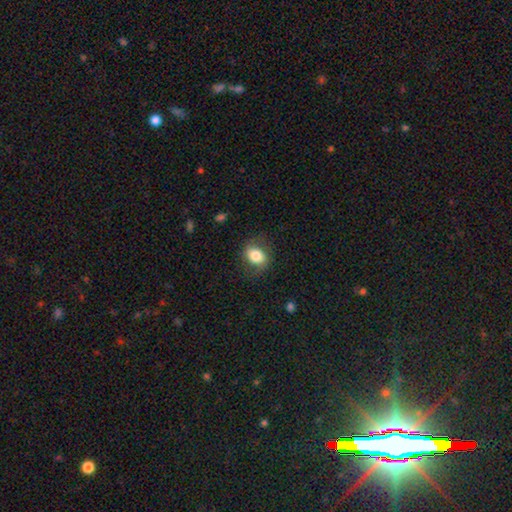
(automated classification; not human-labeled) smooth-or-featured: smooth: 78% | featured or disk: 14% | star or artifact: 8%
  how-rounded: in between: 65% | round: 34% | cigar-shaped: 1%
  merging: none: 76% | minor disturbance: 16% | major disturbance: 7% | merger: 1%